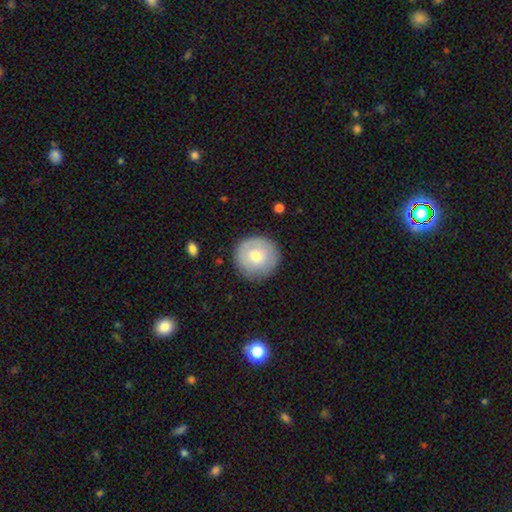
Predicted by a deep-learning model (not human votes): Smooth or featured?
  - smooth: 66% *
  - featured or disk: 27%
  - star or artifact: 7%
How rounded?
  - round: 95% *
  - in between: 4%
  - cigar-shaped: 1%
Merging?
  - none: 86% *
  - minor disturbance: 10%
  - major disturbance: 3%
  - merger: 1%